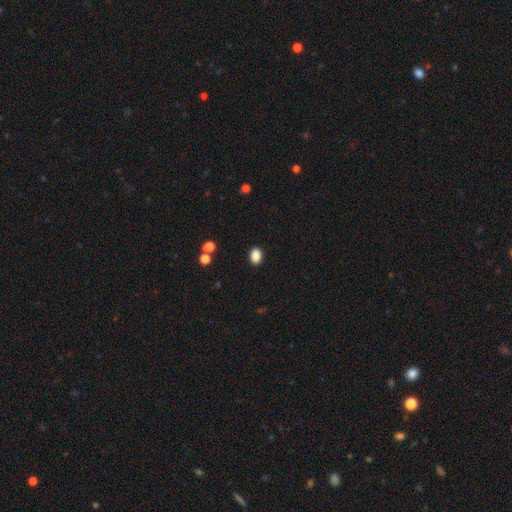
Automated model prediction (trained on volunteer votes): This appears to be a smooth galaxy with no disk features (87%) that is in between round and cigar-shaped (77%). Merging: none (89%).